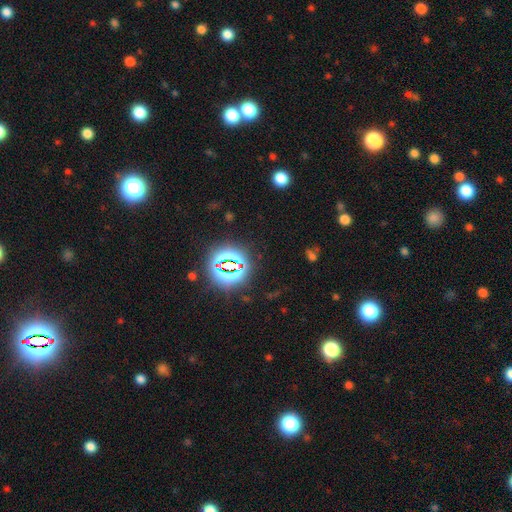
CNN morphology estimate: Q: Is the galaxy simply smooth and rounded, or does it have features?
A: star or artifact — 80%.